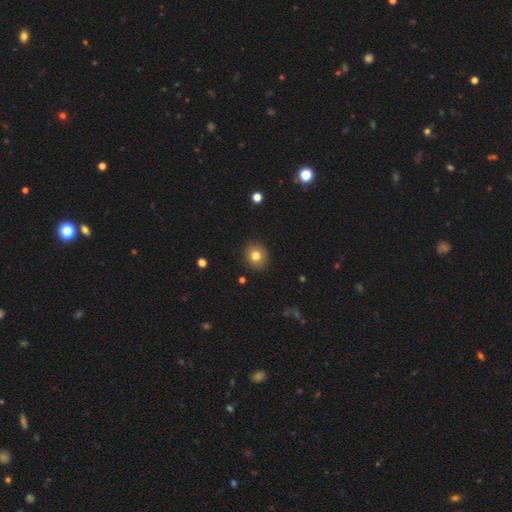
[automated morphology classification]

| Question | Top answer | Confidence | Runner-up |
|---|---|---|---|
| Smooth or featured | smooth | 79% | star or artifact (11%) |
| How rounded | round | 80% | in between (19%) |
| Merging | none | 90% | minor disturbance (7%) |